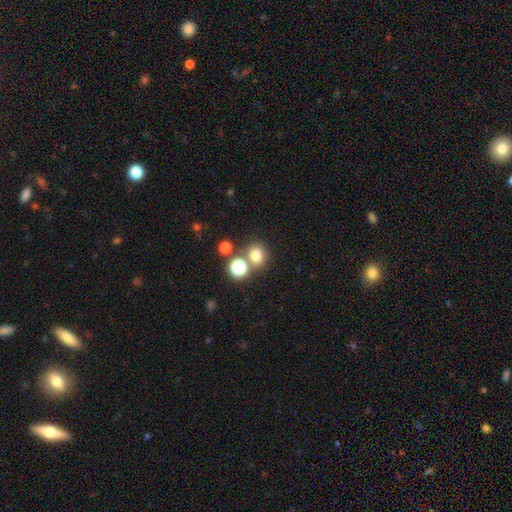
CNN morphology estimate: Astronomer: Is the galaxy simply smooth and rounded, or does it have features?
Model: smooth — 75%.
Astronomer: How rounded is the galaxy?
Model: round — 76%.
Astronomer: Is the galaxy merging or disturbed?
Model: none — 68%.